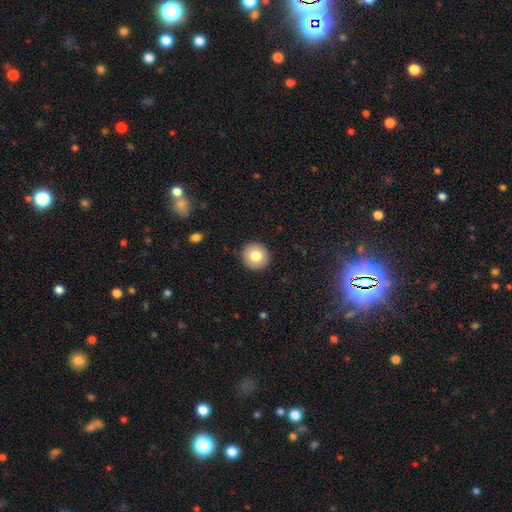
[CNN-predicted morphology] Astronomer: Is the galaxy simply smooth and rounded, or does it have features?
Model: smooth — 80%.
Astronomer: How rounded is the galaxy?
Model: round — 94%.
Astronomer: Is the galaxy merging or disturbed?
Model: none — 92%.